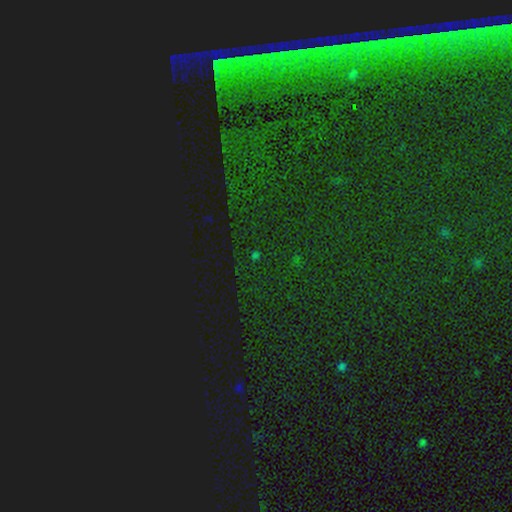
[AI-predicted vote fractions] Smooth or featured? star or artifact (78%)